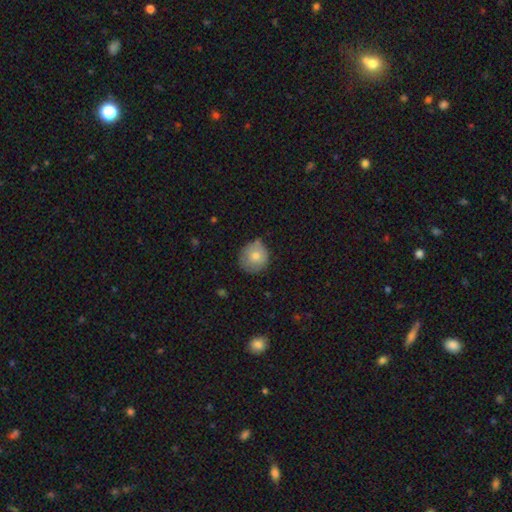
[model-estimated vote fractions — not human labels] Morphology: type=smooth (75%); roundness=round (90%); merging=none (72%).